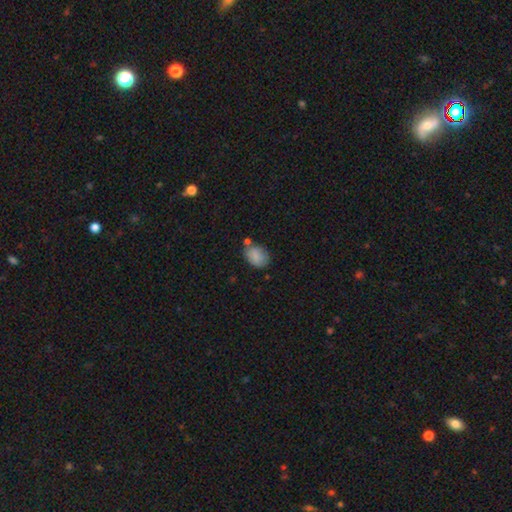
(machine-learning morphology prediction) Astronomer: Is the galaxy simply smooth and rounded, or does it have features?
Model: smooth — 82%.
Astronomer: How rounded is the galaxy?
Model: in between — 74%.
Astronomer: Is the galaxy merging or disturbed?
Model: none — 60%.